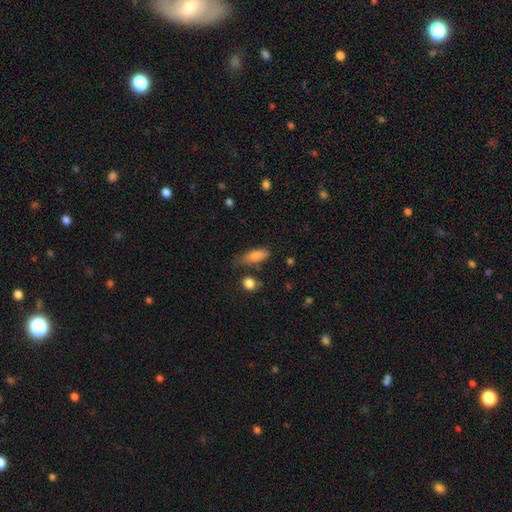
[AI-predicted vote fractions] A smooth galaxy with no disk features (83%) that is in between round and cigar-shaped (72%).

Vote fractions:
- Smooth or featured? smooth: 83% / featured or disk: 9% / star or artifact: 7%
- How rounded? in between: 72% / cigar-shaped: 25% / round: 3%
- Merging? none: 56% / minor disturbance: 29% / major disturbance: 8% / merger: 7%